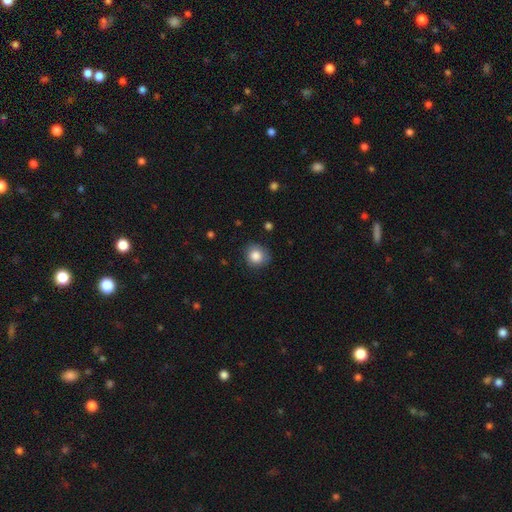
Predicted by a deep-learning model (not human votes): A smooth galaxy with no disk features (85%) that is round (84%). Merging: none (81%).